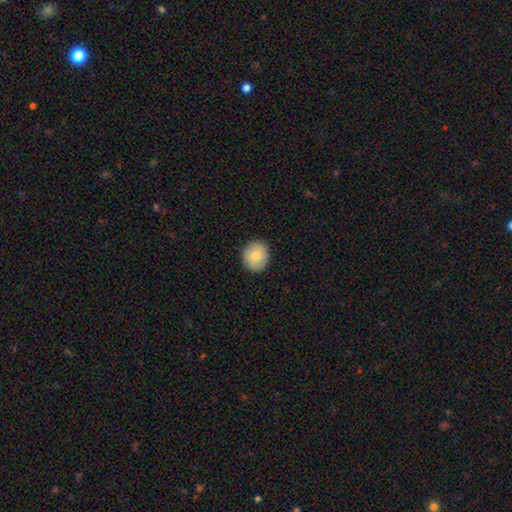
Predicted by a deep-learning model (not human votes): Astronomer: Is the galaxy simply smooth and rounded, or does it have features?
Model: smooth — 83%.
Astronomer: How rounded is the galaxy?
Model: round — 86%.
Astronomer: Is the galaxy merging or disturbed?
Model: none — 90%.